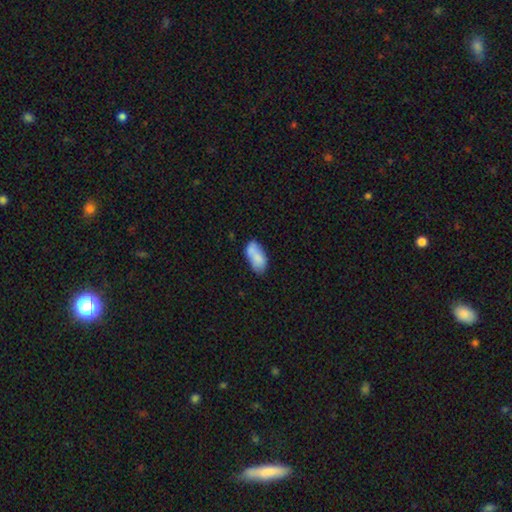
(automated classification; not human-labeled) This appears to be a smooth galaxy with no disk features (76%) that is in between round and cigar-shaped (92%). Merging: none (50%).